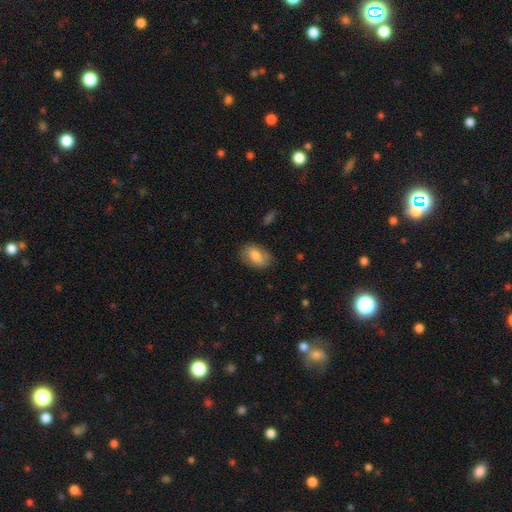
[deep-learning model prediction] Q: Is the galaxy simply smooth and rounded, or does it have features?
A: smooth — 73%.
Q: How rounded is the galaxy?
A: in between — 88%.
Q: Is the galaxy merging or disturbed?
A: none — 80%.